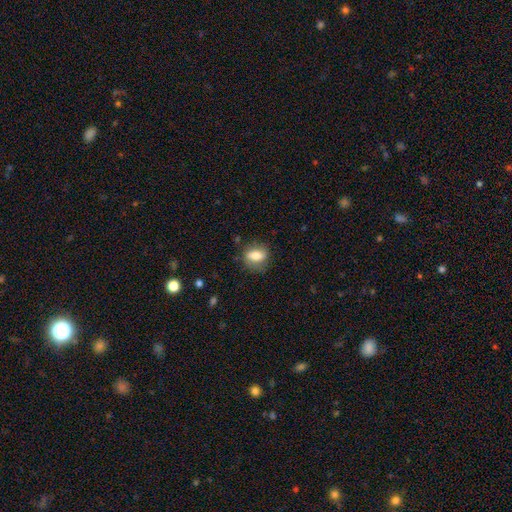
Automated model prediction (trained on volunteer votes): Overall: smooth (70%). How rounded: in between (66%; round 30%). Merging: none (72%).